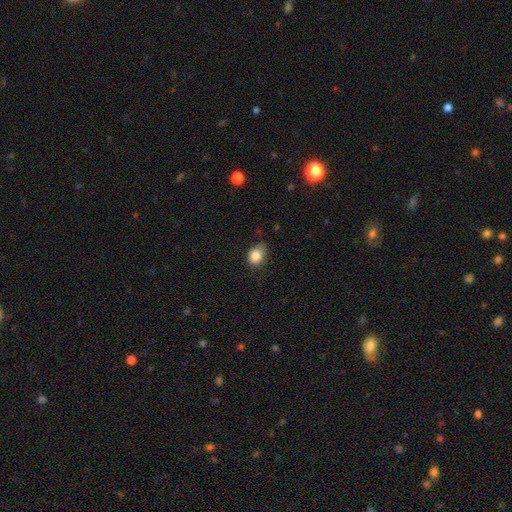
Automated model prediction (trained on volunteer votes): Q: Smooth or featured?
A: smooth (85%); runner-up: star or artifact (9%)
Q: How rounded?
A: in between (62%); runner-up: round (37%)
Q: Merging?
A: none (59%); runner-up: minor disturbance (32%)